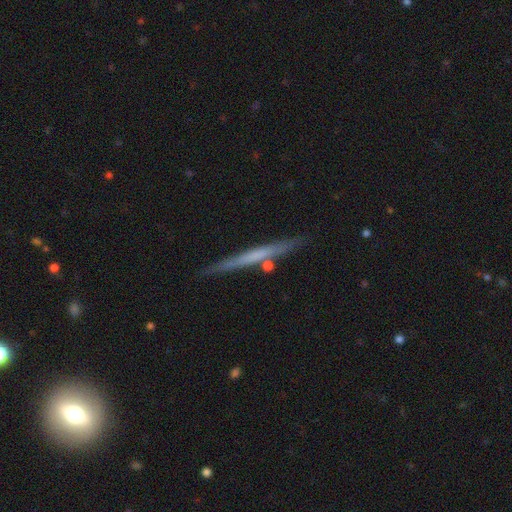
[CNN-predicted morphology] Smooth or featured? Predicted: featured or disk (p=0.53). Edge-on disk? Predicted: yes (p=0.97). Edge-on bulge? Predicted: none (p=0.85). Merging? Predicted: none (p=0.86).